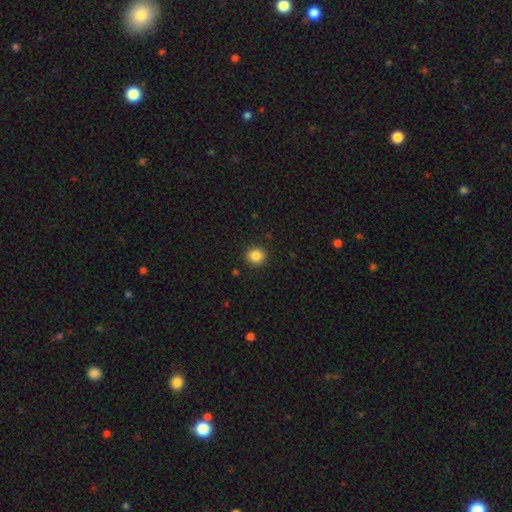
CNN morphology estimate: The model was most divided on "smooth or featured": smooth: 86%, star or artifact: 10%, featured or disk: 4%. More confident: merging — none (91%); how rounded — round (89%).